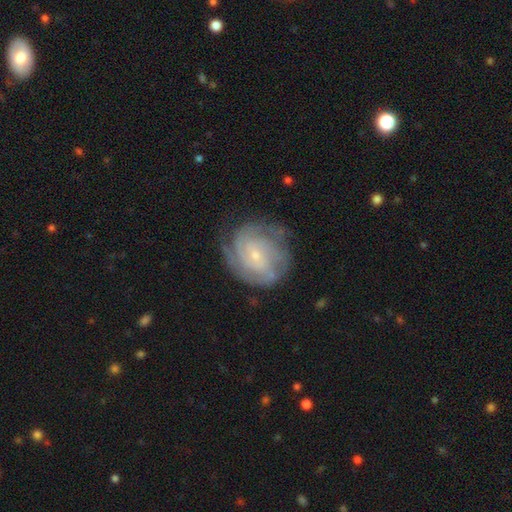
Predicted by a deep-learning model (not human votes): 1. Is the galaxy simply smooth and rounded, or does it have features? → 81% featured or disk, 13% smooth, 6% star or artifact.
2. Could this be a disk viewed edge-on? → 98% no, 2% yes.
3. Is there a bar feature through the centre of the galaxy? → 62% no, 32% weak, 7% strong.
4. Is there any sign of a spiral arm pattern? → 94% yes, 6% no.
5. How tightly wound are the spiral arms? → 69% tight, 25% medium, 6% loose.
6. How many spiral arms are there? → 36% can't tell, 21% 3, 18% 2, 13% 4, 6% more than 4, 6% 1.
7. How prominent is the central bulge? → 80% small, 15% moderate, 2% none, 1% large, 1% dominant.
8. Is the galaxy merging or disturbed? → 71% none, 19% minor disturbance, 9% major disturbance, 2% merger.